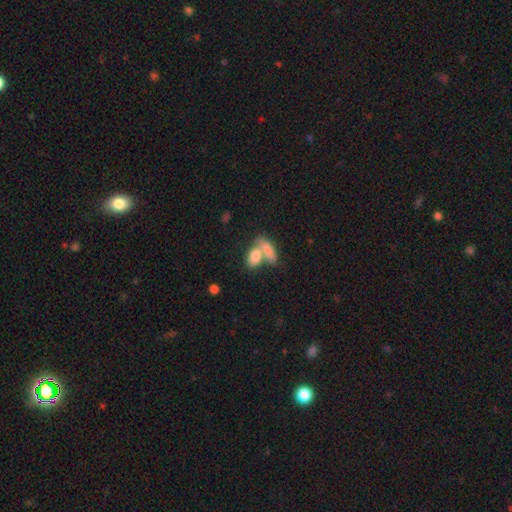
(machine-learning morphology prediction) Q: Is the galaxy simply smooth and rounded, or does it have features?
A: smooth — 81%.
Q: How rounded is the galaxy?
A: in between — 83%.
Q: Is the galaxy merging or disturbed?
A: merger — 56%.